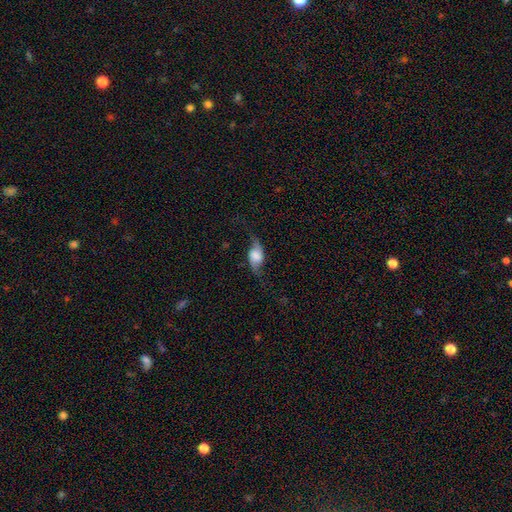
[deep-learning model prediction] Overall: featured or disk (62%; smooth 29%). Edge-on disk: no (82%). Bar: no (57%; weak 31%). Spiral arms: yes (91%). Bulge size: large (37%; dominant 22%). Merging: none (64%).